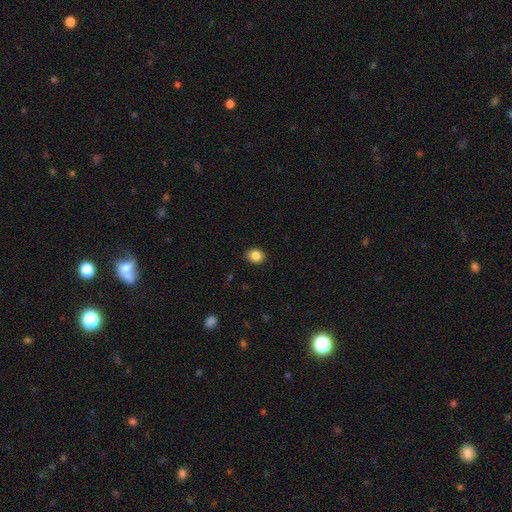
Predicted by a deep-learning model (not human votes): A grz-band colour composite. It shows a smooth galaxy with no disk features (86%) that is round (52%). Merging: none (88%).